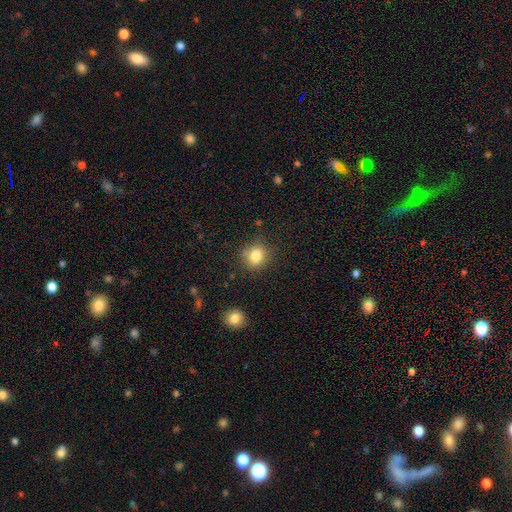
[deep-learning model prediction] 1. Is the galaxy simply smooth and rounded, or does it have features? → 81% smooth, 11% star or artifact, 7% featured or disk.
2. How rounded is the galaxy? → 74% round, 25% in between, 1% cigar-shaped.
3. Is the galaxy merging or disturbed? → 77% none, 14% minor disturbance, 5% merger, 4% major disturbance.